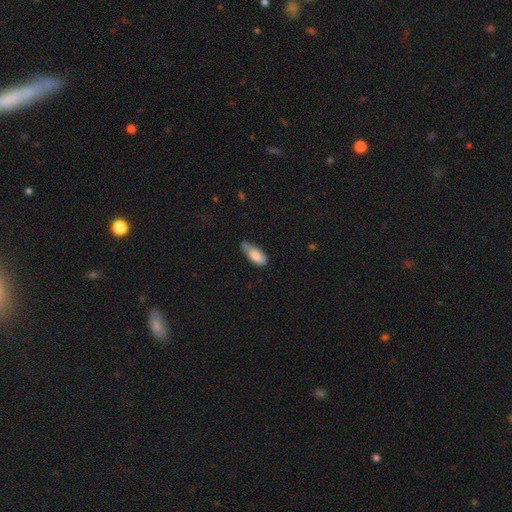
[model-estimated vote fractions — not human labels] Smooth or featured?
  - smooth: 79% *
  - featured or disk: 14%
  - star or artifact: 7%
How rounded?
  - in between: 81% *
  - cigar-shaped: 16%
  - round: 2%
Merging?
  - minor disturbance: 44% *
  - none: 41%
  - major disturbance: 10%
  - merger: 5%